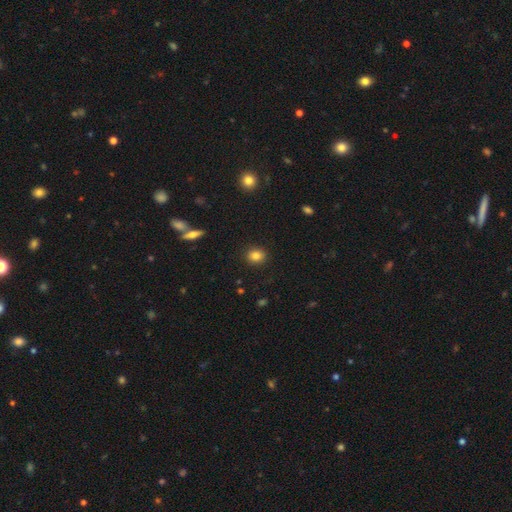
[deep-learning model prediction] This is clearly a smooth galaxy (84%). How rounded: likely round (64%). Merging: clearly none (90%).